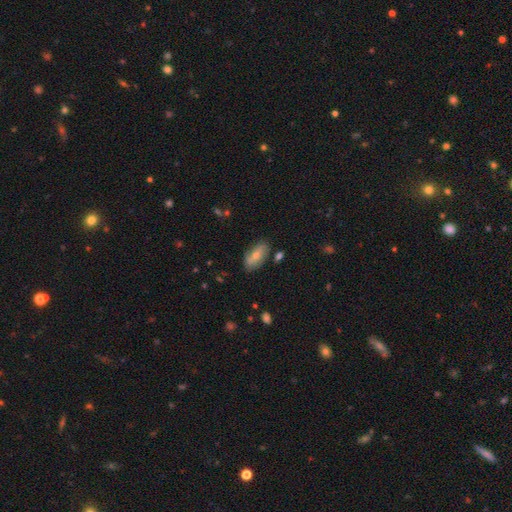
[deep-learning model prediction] A smooth galaxy with no disk features (58%) that is in between round and cigar-shaped (86%). Merging: none (76%).